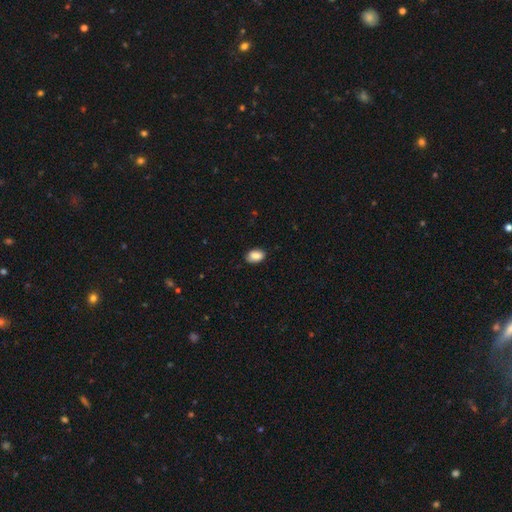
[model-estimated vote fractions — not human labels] This appears to be a smooth galaxy with no disk features (88%) that is in between round and cigar-shaped (89%). Merging: none (84%).